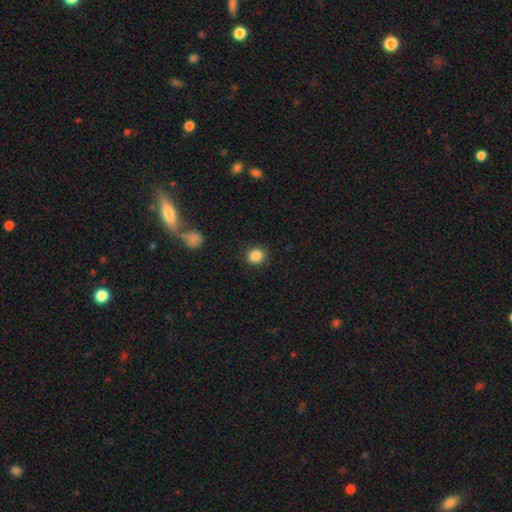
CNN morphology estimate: Q: Smooth or featured?
A: smooth (86%); runner-up: star or artifact (10%)
Q: How rounded?
A: round (84%); runner-up: in between (15%)
Q: Merging?
A: none (90%); runner-up: minor disturbance (6%)